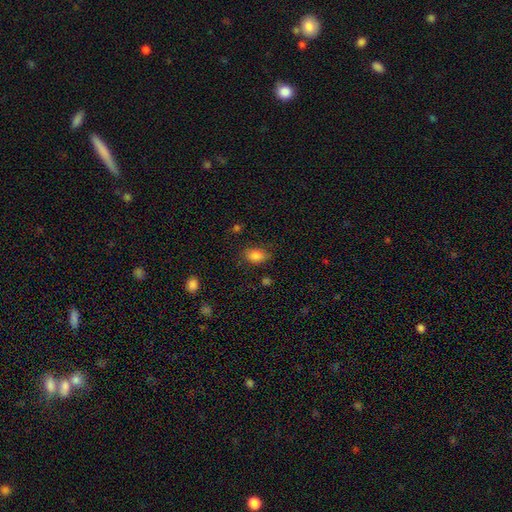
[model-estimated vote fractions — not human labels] Smooth or featured?
  - smooth: 84% *
  - star or artifact: 9%
  - featured or disk: 6%
How rounded?
  - in between: 84% *
  - round: 14%
  - cigar-shaped: 2%
Merging?
  - none: 76% *
  - minor disturbance: 18%
  - major disturbance: 5%
  - merger: 2%